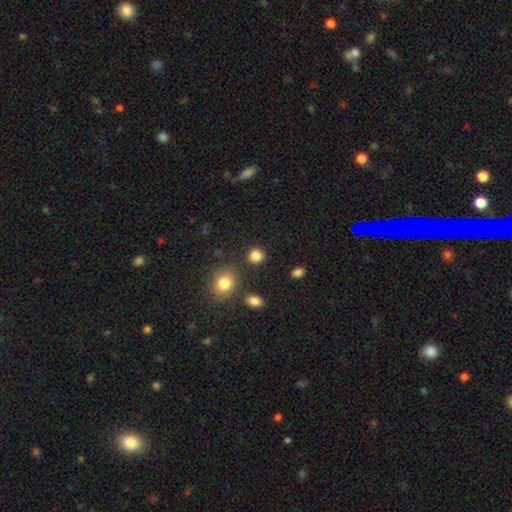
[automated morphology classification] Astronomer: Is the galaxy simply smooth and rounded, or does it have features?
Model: smooth — 85%.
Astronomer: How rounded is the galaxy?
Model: round — 80%.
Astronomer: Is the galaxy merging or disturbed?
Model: none — 84%.